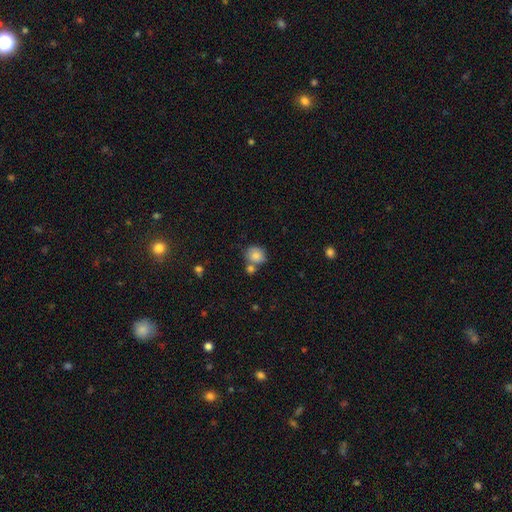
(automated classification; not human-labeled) Q: Smooth or featured?
A: smooth (82%); runner-up: star or artifact (9%)
Q: How rounded?
A: round (72%); runner-up: in between (28%)
Q: Merging?
A: none (54%); runner-up: merger (29%)